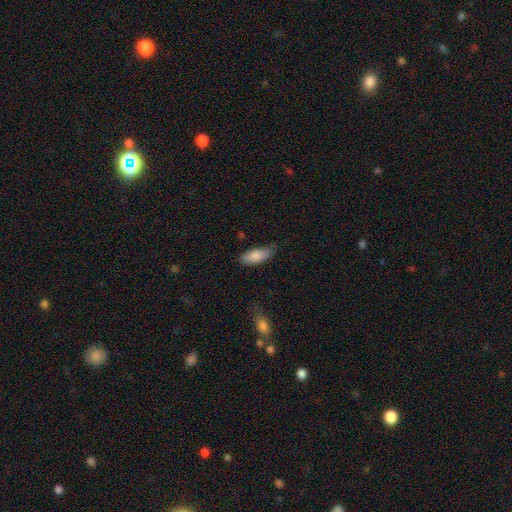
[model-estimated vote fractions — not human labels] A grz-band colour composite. It shows a smooth galaxy with no disk features (84%) that is in between round and cigar-shaped (78%). Merging: none (72%).